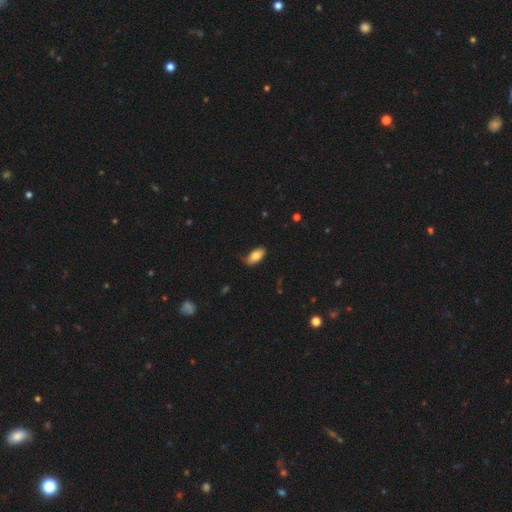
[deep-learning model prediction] Q: Smooth or featured?
A: smooth (81%); runner-up: featured or disk (12%)
Q: How rounded?
A: in between (92%); runner-up: cigar-shaped (5%)
Q: Merging?
A: none (69%); runner-up: minor disturbance (25%)